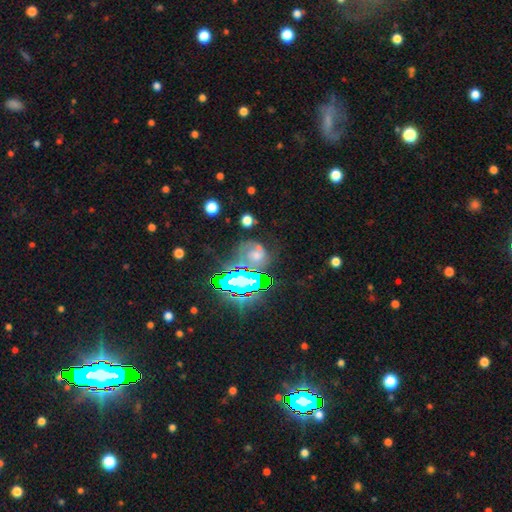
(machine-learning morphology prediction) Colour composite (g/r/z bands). It shows a star or artifact, not a galaxy (55%).